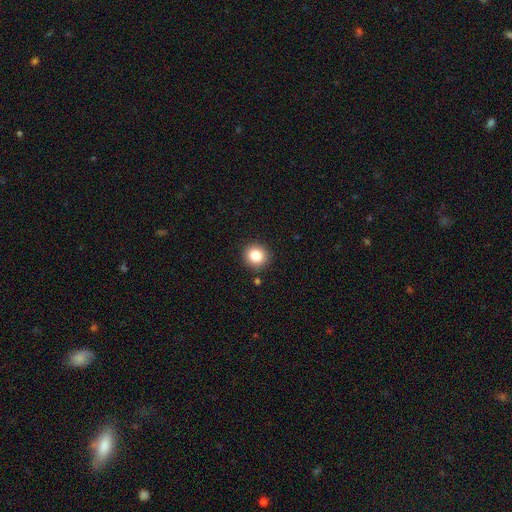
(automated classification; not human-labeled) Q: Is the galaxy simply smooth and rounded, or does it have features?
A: smooth — 83%.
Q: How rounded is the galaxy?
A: round — 89%.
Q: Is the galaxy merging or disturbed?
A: none — 89%.